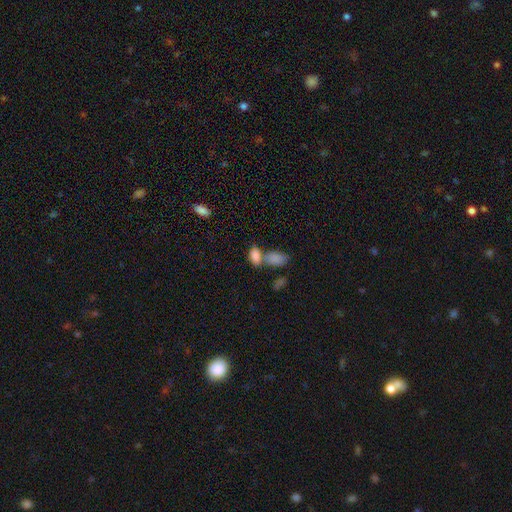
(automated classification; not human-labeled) Overall: smooth (83%). How rounded: in between (91%). Merging: merger (52%; none 34%).